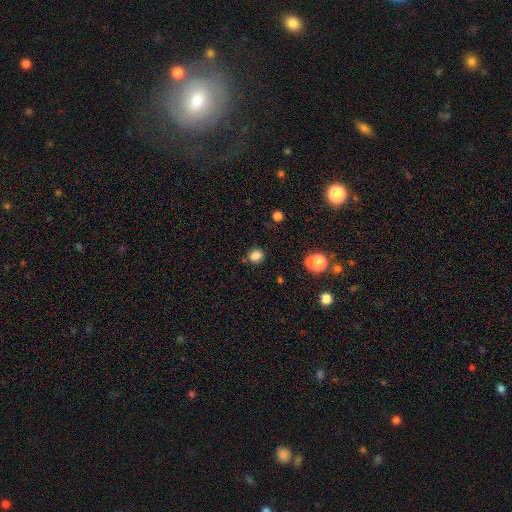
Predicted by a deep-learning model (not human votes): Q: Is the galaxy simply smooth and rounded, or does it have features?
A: smooth — 82%.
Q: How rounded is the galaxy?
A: round — 70%.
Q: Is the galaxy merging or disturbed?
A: none — 82%.